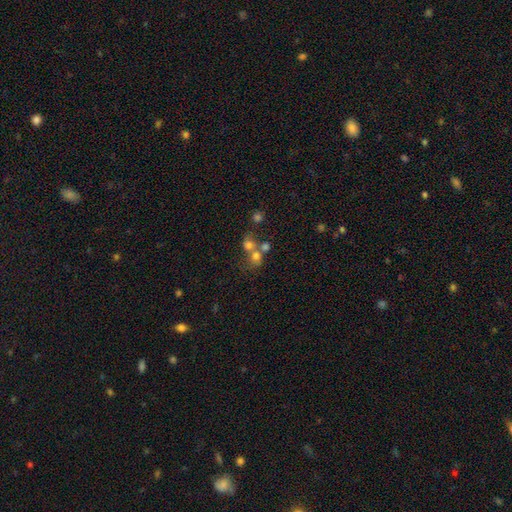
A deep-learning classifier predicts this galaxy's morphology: Smooth or featured? smooth (67%)
How rounded? round (74%)
Merging? merger (57%)